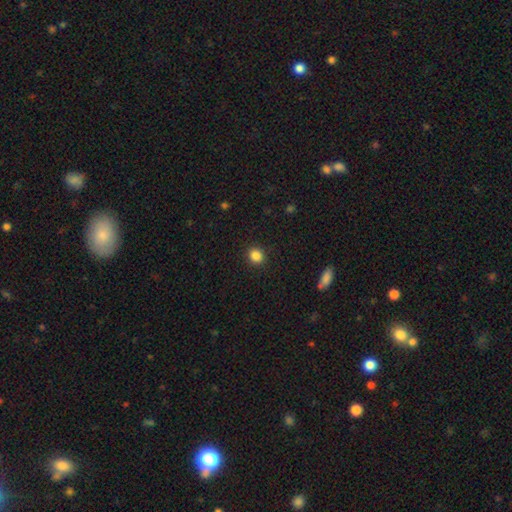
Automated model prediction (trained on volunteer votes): Morphology: type=smooth (86%); roundness=round (85%); merging=none (92%).